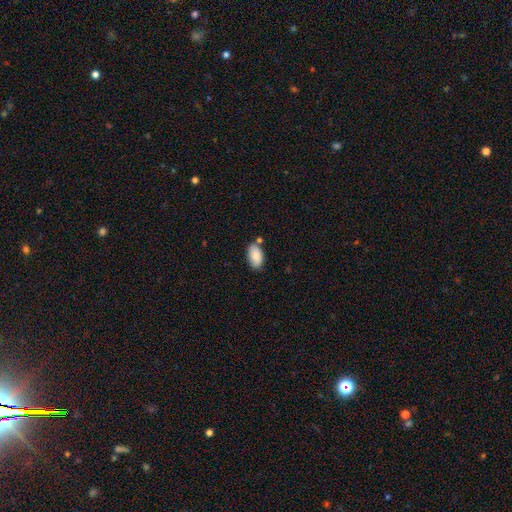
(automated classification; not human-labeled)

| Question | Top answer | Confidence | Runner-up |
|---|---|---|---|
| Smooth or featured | smooth | 85% | featured or disk (8%) |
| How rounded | in between | 95% | round (4%) |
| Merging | none | 75% | minor disturbance (15%) |